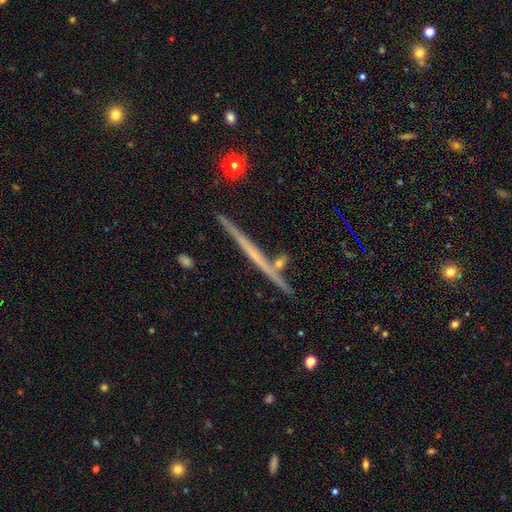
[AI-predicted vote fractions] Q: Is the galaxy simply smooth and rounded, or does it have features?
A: featured or disk — 67%.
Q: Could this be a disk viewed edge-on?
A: yes — 98%.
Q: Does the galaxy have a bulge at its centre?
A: none — 82%.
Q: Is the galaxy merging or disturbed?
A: none — 87%.